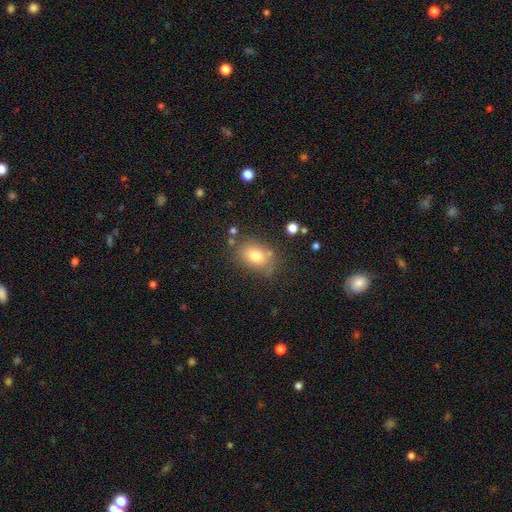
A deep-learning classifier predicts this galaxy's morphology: smooth 77%, featured or disk 12%, star or artifact 10%. Down the decision tree: how rounded — in between (72%); merging — none (72%).